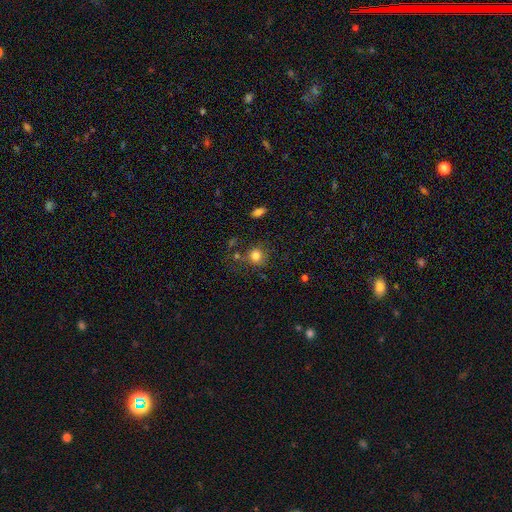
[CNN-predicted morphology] This is clearly a smooth galaxy (81%). How rounded: clearly round (82%). Merging: likely none (69%).